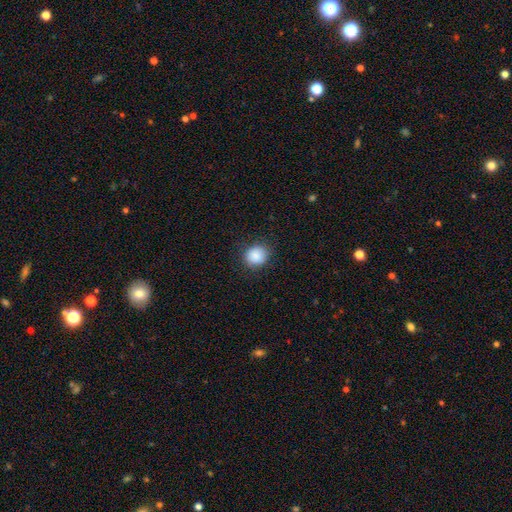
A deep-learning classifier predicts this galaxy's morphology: Overall: smooth (88%). How rounded: round (77%). Merging: none (86%).